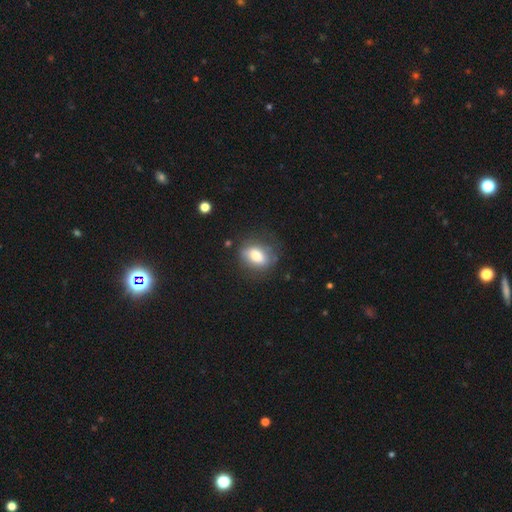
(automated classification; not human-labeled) smooth 71%, featured or disk 21%, star or artifact 8%. Down the decision tree: how rounded — in between (68%); merging — none (72%).